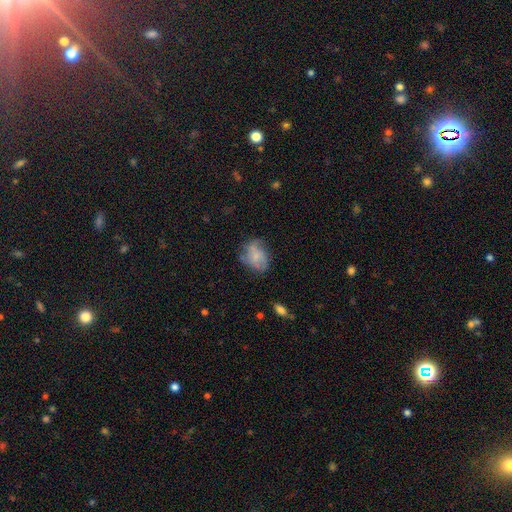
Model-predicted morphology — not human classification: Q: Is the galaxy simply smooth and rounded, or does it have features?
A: smooth — 56%.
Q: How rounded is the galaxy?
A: in between — 63%.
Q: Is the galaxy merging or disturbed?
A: none — 51%.